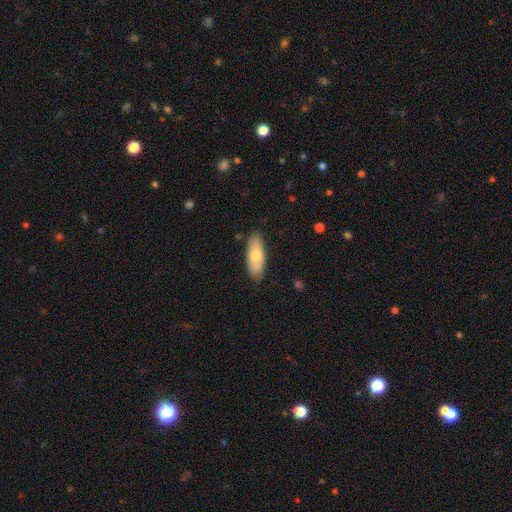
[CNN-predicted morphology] Q: Smooth or featured?
A: smooth (67%); runner-up: featured or disk (27%)
Q: How rounded?
A: in between (74%); runner-up: cigar-shaped (23%)
Q: Merging?
A: none (85%); runner-up: minor disturbance (12%)